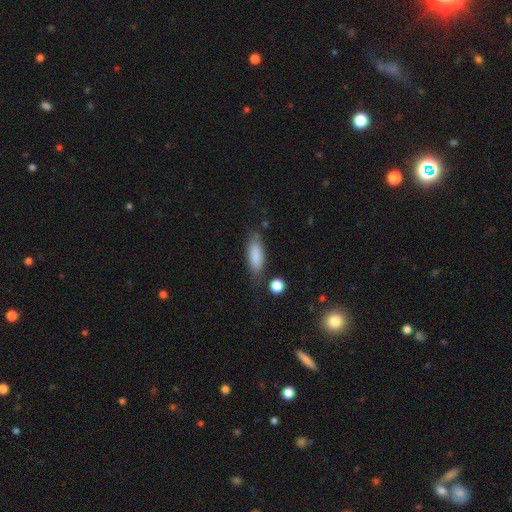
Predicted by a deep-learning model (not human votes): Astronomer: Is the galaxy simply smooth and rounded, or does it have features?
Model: smooth — 85%.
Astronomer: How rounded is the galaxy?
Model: in between — 62%.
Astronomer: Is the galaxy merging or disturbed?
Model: none — 69%.